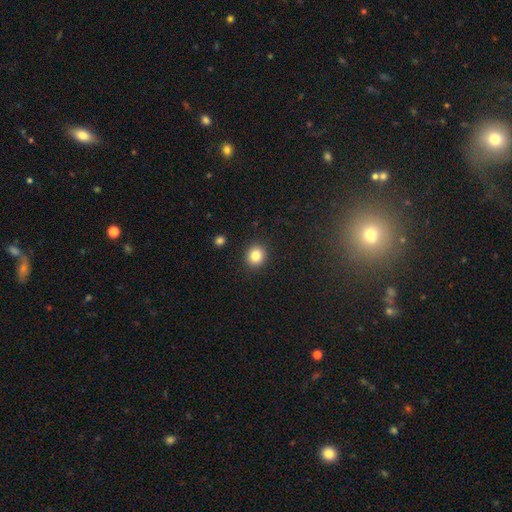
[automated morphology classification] Smooth or featured? smooth (84%)
How rounded? round (80%)
Merging? none (90%)